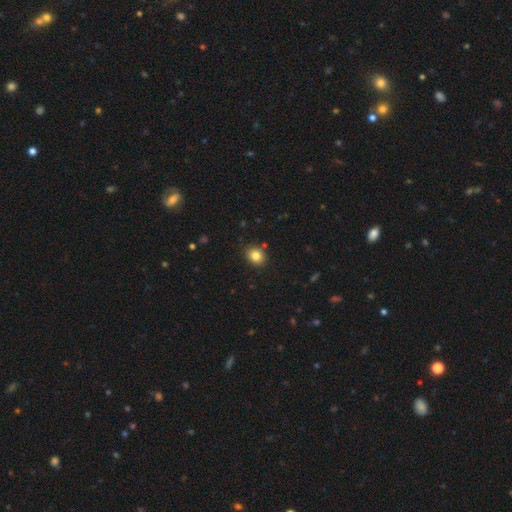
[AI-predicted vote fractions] This is clearly a smooth galaxy (83%). How rounded: possibly round (58%). Merging: clearly none (87%).